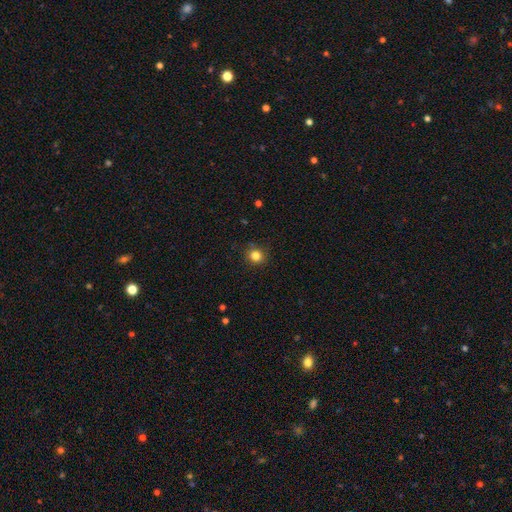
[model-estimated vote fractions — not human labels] Smooth or featured? smooth (83%)
How rounded? round (90%)
Merging? none (89%)